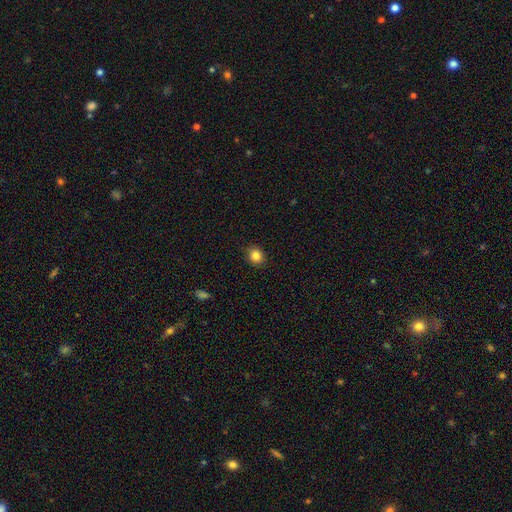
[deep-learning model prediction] Overall: smooth (85%). How rounded: round (80%). Merging: none (89%).